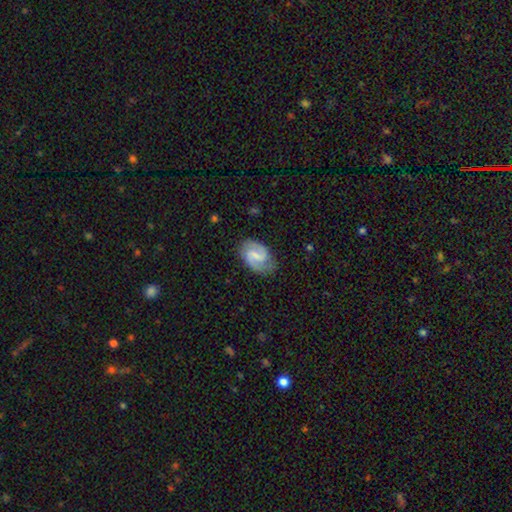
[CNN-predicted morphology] smooth_or_featured: featured or disk (p=0.80) [alt: smooth p=0.15]
disk_edge_on: no (p=0.98) [alt: yes p=0.02]
bar: weak (p=0.56) [alt: strong p=0.28]
has_spiral_arms: yes (p=0.95) [alt: no p=0.05]
spiral_winding: medium (p=0.52) [alt: loose p=0.25]
spiral_arm_count: 2 (p=0.91) [alt: can't tell p=0.04]
bulge_size: small (p=0.42) [alt: none p=0.37]
merging: none (p=0.80) [alt: minor disturbance p=0.14]